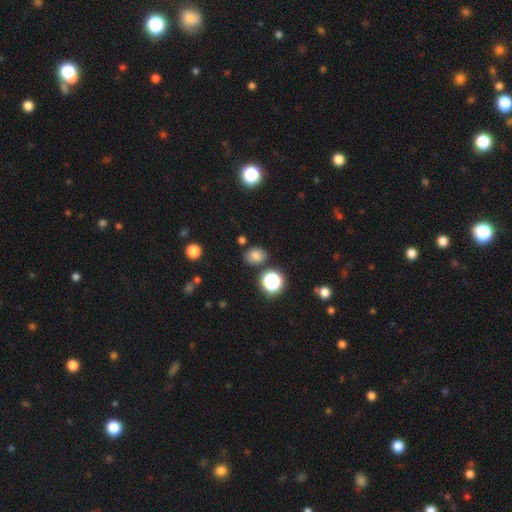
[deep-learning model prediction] Smooth or featured?
  - smooth: 75% *
  - star or artifact: 17%
  - featured or disk: 7%
How rounded?
  - round: 52% *
  - in between: 47%
  - cigar-shaped: 1%
Merging?
  - none: 79% *
  - minor disturbance: 13%
  - merger: 5%
  - major disturbance: 3%